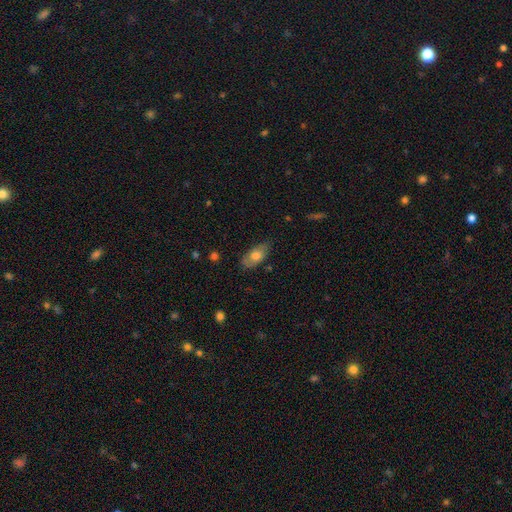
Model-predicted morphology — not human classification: Smooth or featured: smooth — 69% (featured or disk — 24%)
How rounded: in between — 89% (cigar-shaped — 7%)
Merging: none — 73% (minor disturbance — 21%)